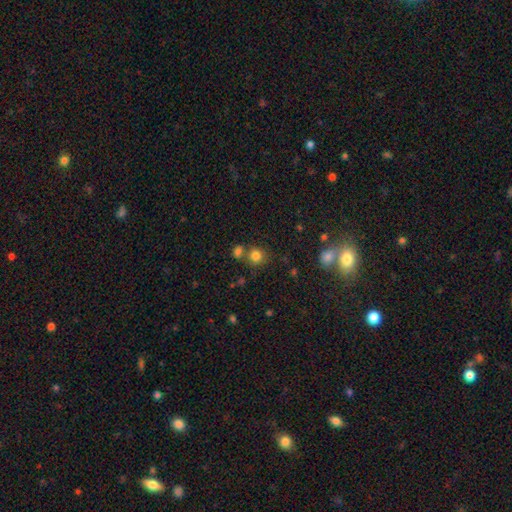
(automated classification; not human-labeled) Smooth or featured? Predicted: smooth (p=0.81). How rounded? Predicted: round (p=0.86). Merging? Predicted: none (p=0.64).